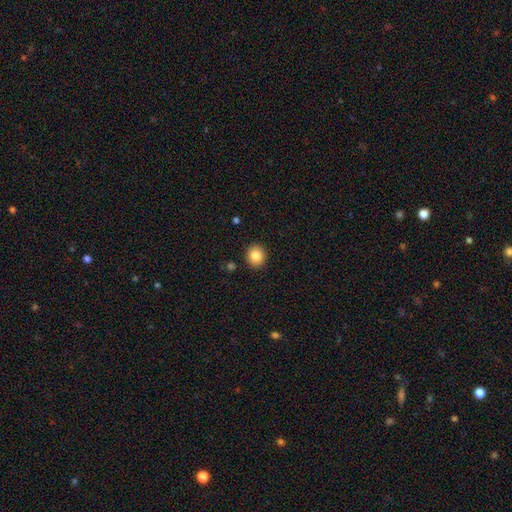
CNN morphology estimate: Smooth or featured?
  - smooth: 83% *
  - star or artifact: 10%
  - featured or disk: 7%
How rounded?
  - round: 81% *
  - in between: 18%
  - cigar-shaped: 1%
Merging?
  - none: 91% *
  - minor disturbance: 6%
  - major disturbance: 2%
  - merger: 1%